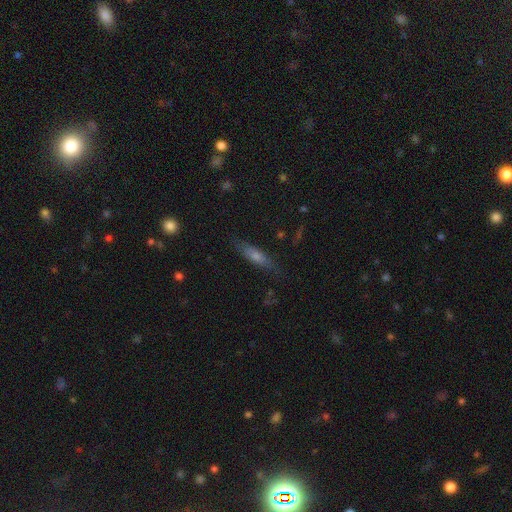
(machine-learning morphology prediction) type=smooth (51%); roundness=cigar-shaped (71%); merging=none (78%).